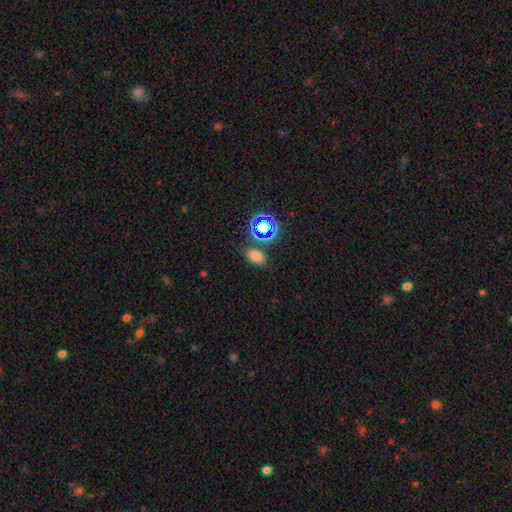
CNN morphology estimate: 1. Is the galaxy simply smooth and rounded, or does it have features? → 69% smooth, 24% star or artifact, 6% featured or disk.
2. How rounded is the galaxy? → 82% in between, 16% round, 2% cigar-shaped.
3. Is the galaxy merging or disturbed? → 74% none, 13% minor disturbance, 8% merger, 4% major disturbance.